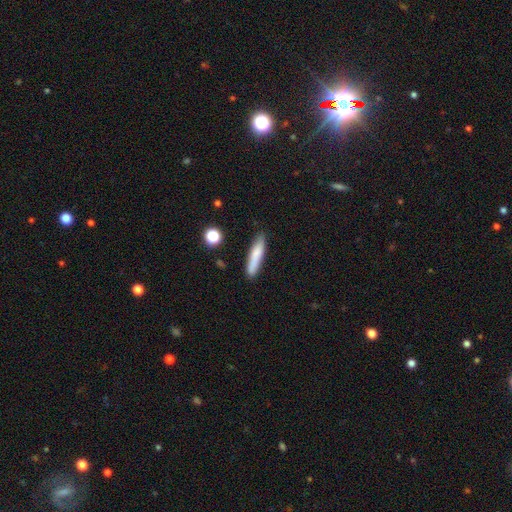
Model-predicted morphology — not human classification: smooth_or_featured: smooth (p=0.76) [alt: featured or disk p=0.17]
how_rounded: cigar-shaped (p=0.87) [alt: in between p=0.12]
merging: none (p=0.81) [alt: minor disturbance p=0.13]